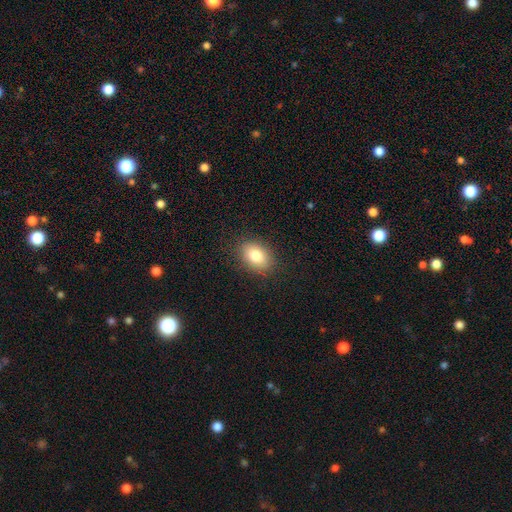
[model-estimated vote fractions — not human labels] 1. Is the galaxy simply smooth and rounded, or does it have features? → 81% smooth, 10% featured or disk, 10% star or artifact.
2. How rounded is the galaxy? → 74% in between, 24% round, 1% cigar-shaped.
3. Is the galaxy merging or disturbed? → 87% none, 9% minor disturbance, 3% major disturbance, 1% merger.